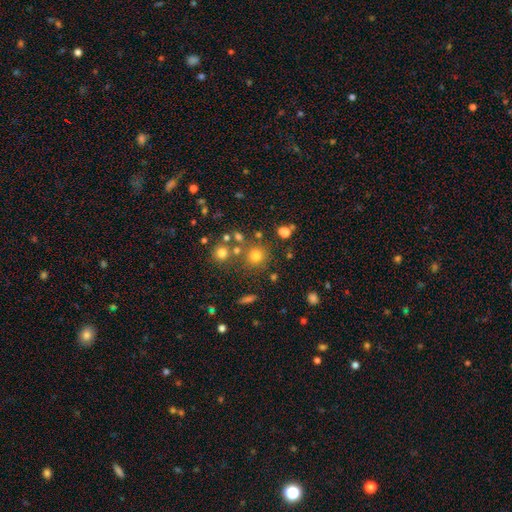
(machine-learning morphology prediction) Smooth or featured?
  - smooth: 72% *
  - star or artifact: 19%
  - featured or disk: 9%
How rounded?
  - round: 91% *
  - in between: 8%
  - cigar-shaped: 1%
Merging?
  - none: 76% *
  - merger: 11%
  - minor disturbance: 9%
  - major disturbance: 4%